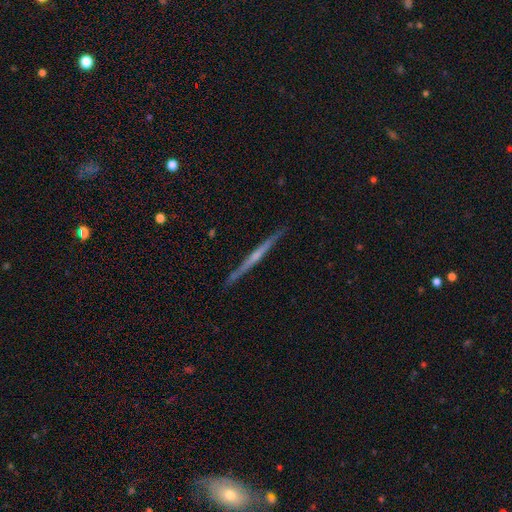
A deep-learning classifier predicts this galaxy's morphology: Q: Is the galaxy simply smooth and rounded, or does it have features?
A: featured or disk — 71%.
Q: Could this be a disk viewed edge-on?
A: yes — 98%.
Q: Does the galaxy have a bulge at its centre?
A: none — 57%.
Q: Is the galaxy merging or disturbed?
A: none — 91%.